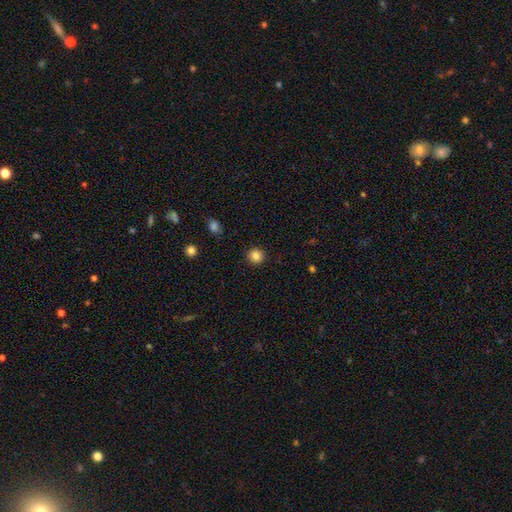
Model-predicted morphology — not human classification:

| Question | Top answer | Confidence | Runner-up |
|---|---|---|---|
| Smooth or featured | smooth | 85% | star or artifact (11%) |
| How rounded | round | 90% | in between (9%) |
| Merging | none | 91% | minor disturbance (6%) |